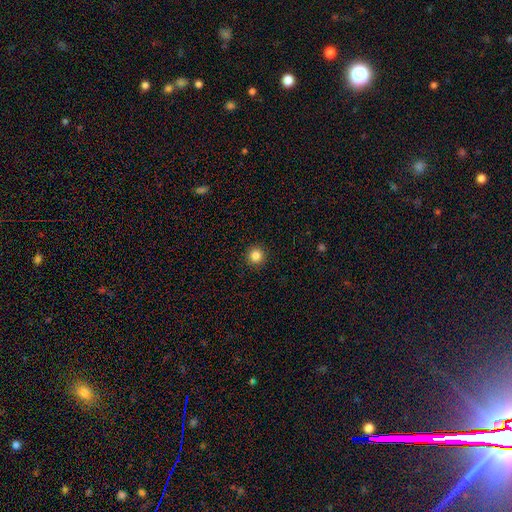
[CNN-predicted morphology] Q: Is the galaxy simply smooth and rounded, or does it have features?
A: smooth — 85%.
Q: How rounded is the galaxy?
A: round — 96%.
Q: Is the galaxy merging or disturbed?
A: none — 93%.